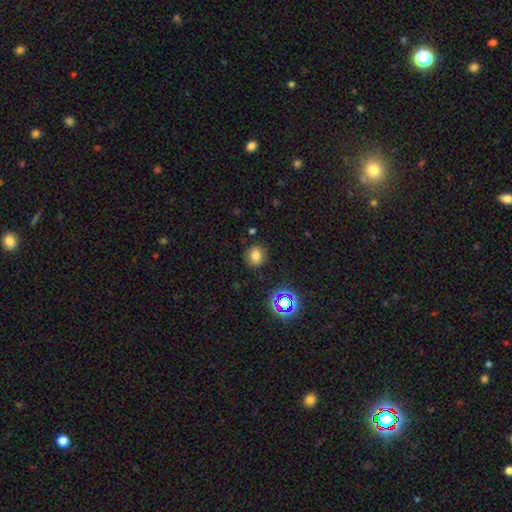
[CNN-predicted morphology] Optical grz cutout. It shows a smooth galaxy with no disk features (75%) that is round (67%). Merging: none (84%).